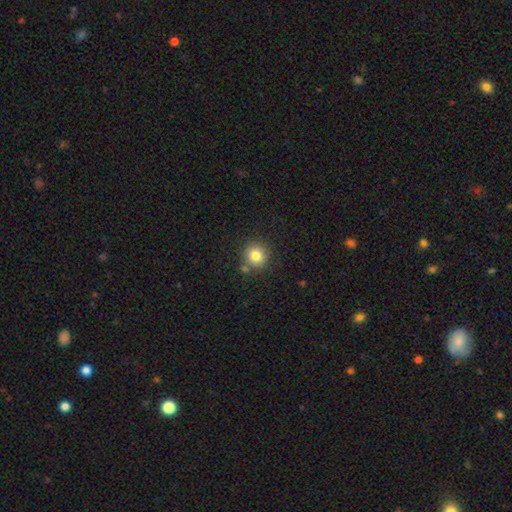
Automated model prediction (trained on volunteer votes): smooth_or_featured: smooth (p=0.82) [alt: star or artifact p=0.11]
how_rounded: round (p=0.91) [alt: in between p=0.08]
merging: none (p=0.77) [alt: minor disturbance p=0.10]